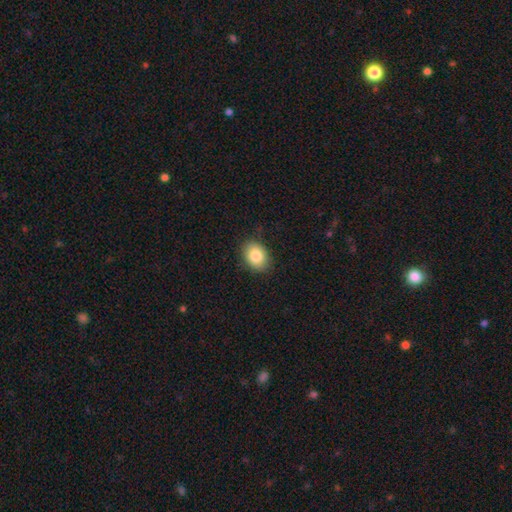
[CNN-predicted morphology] A smooth galaxy with no disk features (85%) that is in between round and cigar-shaped (67%).

Vote fractions:
- Smooth or featured? smooth: 85% / star or artifact: 8% / featured or disk: 7%
- How rounded? in between: 67% / round: 32% / cigar-shaped: 1%
- Merging? none: 87% / minor disturbance: 10% / major disturbance: 2% / merger: 1%